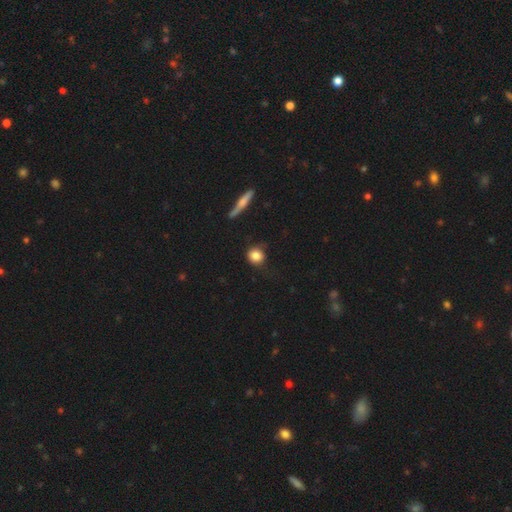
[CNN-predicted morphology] Smooth or featured?
  - smooth: 82% *
  - featured or disk: 9%
  - star or artifact: 9%
How rounded?
  - round: 81% *
  - in between: 17%
  - cigar-shaped: 2%
Merging?
  - none: 69% *
  - minor disturbance: 21%
  - major disturbance: 7%
  - merger: 3%